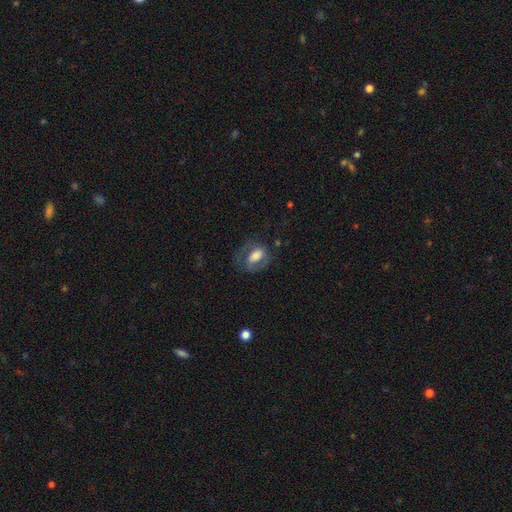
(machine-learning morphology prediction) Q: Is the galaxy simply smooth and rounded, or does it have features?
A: featured or disk — 48%.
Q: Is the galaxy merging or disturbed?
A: none — 55%.